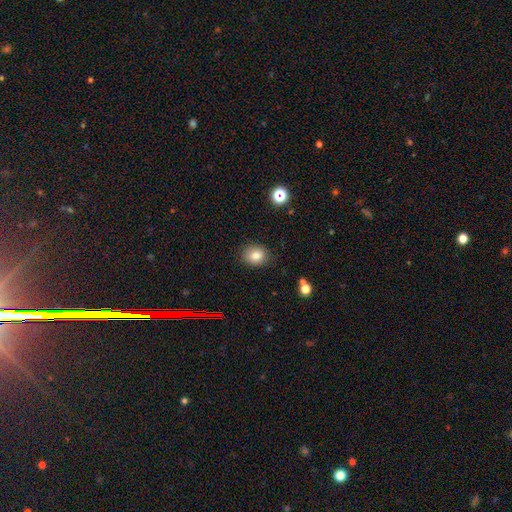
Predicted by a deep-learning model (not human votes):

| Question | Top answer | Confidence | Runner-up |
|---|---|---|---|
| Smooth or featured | smooth | 81% | star or artifact (11%) |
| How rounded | round | 68% | in between (31%) |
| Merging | none | 85% | minor disturbance (11%) |